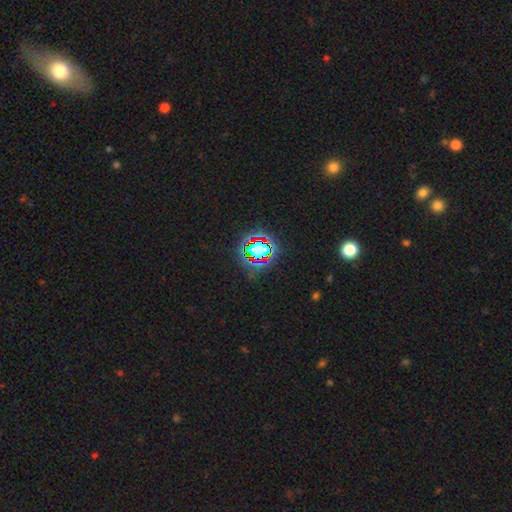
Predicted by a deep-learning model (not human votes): A star or artifact, not a galaxy (70%).

Vote fractions:
- Smooth or featured? star or artifact: 70% / smooth: 18% / featured or disk: 11%